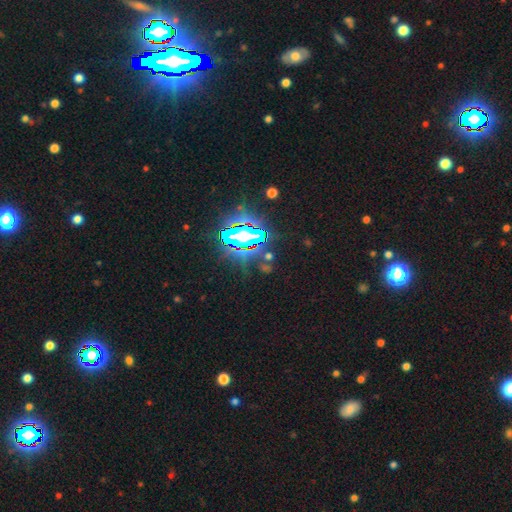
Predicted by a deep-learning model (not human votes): star or artifact 84%, smooth 9%, featured or disk 7%.